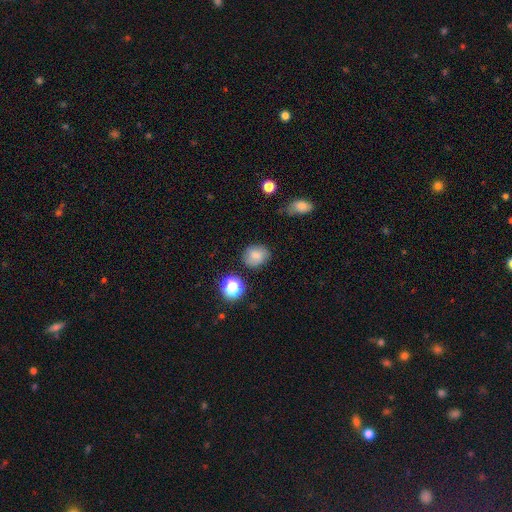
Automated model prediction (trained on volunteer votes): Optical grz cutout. It shows a smooth galaxy with no disk features (79%) that is round (63%). Merging: none (77%).